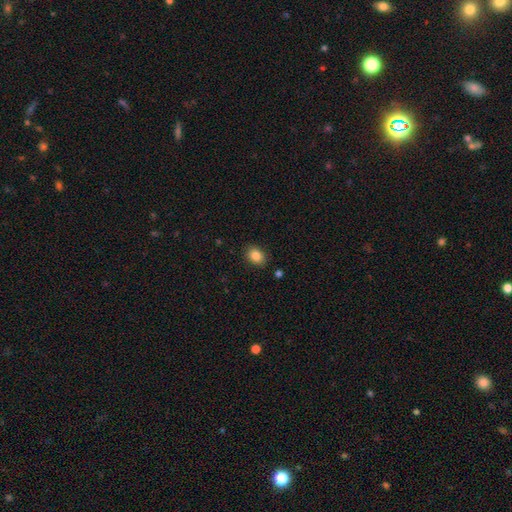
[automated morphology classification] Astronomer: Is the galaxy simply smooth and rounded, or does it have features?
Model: smooth — 86%.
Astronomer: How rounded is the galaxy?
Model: in between — 62% (runner-up: round, 37%).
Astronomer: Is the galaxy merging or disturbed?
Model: none — 87%.